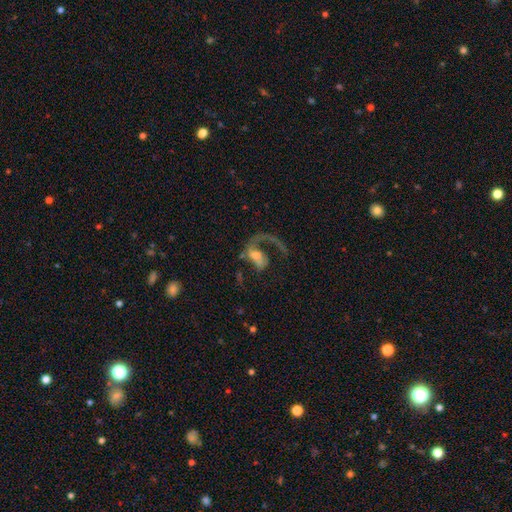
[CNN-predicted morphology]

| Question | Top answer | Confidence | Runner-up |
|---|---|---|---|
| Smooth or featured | featured or disk | 75% | smooth (16%) |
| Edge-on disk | no | 97% | yes (3%) |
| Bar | no | 49% | weak (35%) |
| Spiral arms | yes | 85% | no (15%) |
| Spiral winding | loose | 61% | medium (30%) |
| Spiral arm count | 1 | 79% | 2 (15%) |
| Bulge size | moderate | 47% | small (33%) |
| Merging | major disturbance | 49% | none (31%) |